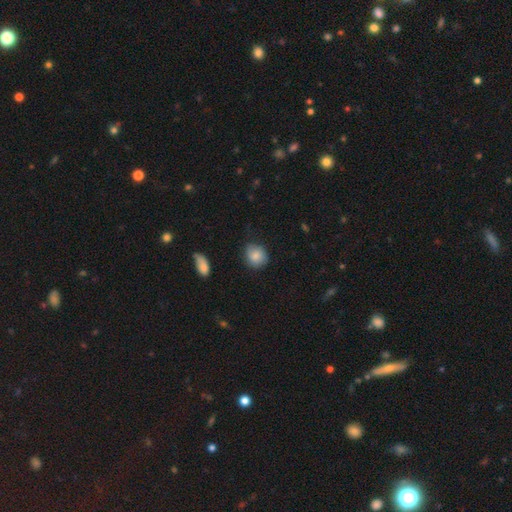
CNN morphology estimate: This is clearly a smooth galaxy (83%). How rounded: likely round (77%). Merging: likely none (75%).